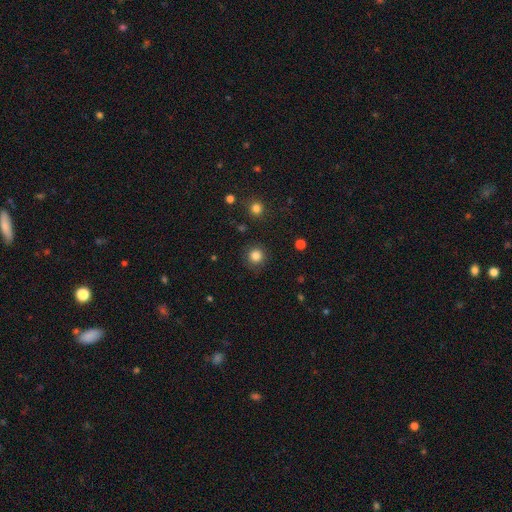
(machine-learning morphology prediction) A smooth galaxy with no disk features (83%) that is round (94%).

Vote fractions:
- Smooth or featured? smooth: 83% / star or artifact: 12% / featured or disk: 4%
- How rounded? round: 94% / in between: 5% / cigar-shaped: 1%
- Merging? none: 89% / minor disturbance: 7% / major disturbance: 2% / merger: 1%